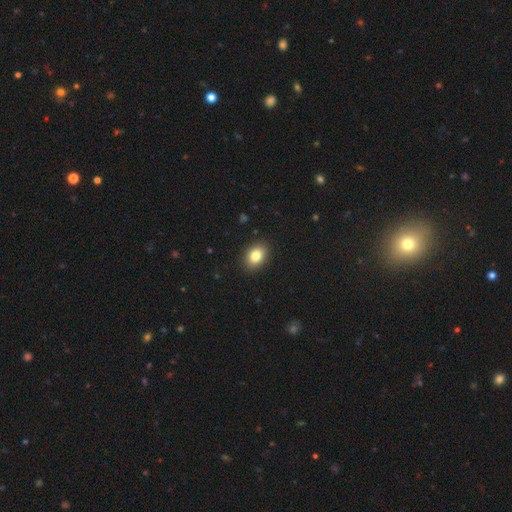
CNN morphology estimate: Q: Smooth or featured?
A: smooth (82%); runner-up: star or artifact (9%)
Q: How rounded?
A: in between (75%); runner-up: round (24%)
Q: Merging?
A: none (89%); runner-up: minor disturbance (8%)